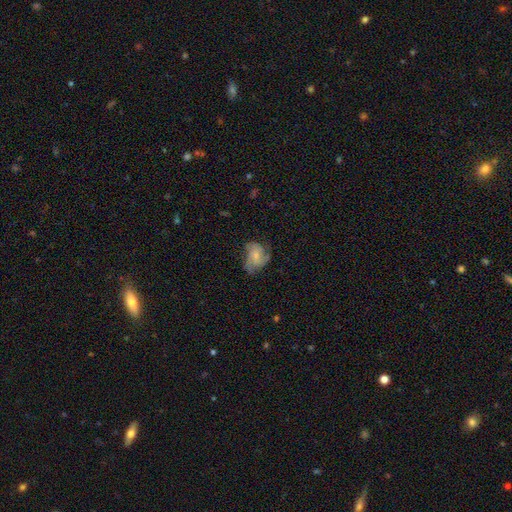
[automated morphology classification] Smooth or featured: featured or disk — 58% (smooth — 33%)
Edge-on disk: no — 98% (yes — 2%)
Bar: no — 72% (weak — 24%)
Spiral arms: yes — 83% (no — 17%)
Bulge size: small — 59% (moderate — 29%)
Merging: none — 50% (minor disturbance — 28%)